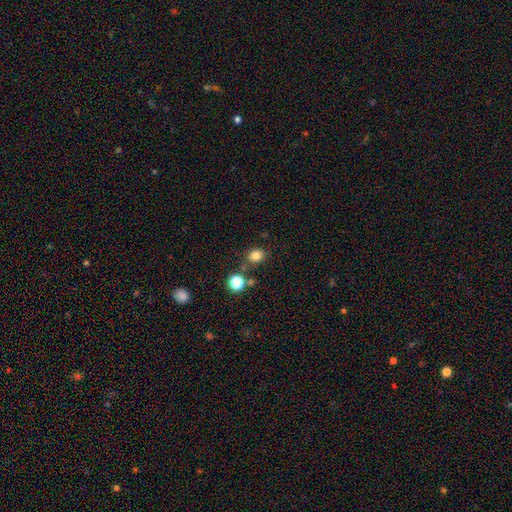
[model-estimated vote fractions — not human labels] The model was most divided on "how rounded": round: 65%, in between: 34%, cigar-shaped: 1%. More confident: smooth or featured — smooth (81%); merging — none (78%).